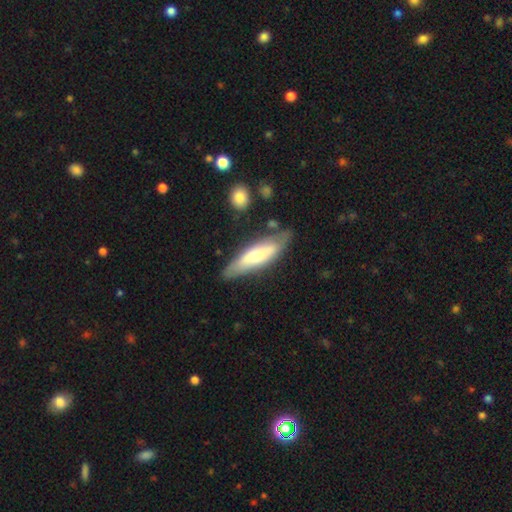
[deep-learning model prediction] Smooth or featured: smooth — 54% (featured or disk — 41%)
How rounded: cigar-shaped — 62% (in between — 37%)
Merging: none — 68% (minor disturbance — 21%)